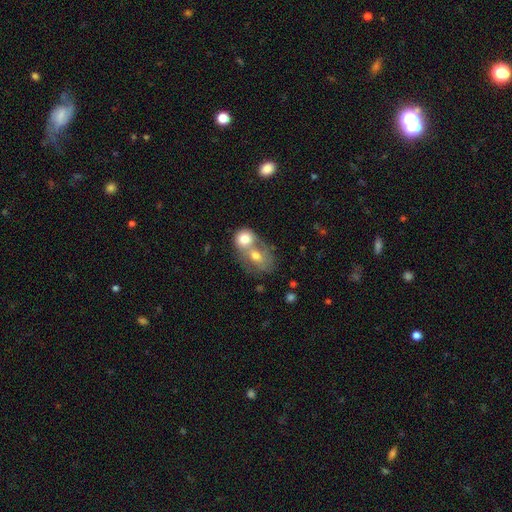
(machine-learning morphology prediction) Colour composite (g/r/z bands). It shows a smooth galaxy with no disk features (64%) that is in between round and cigar-shaped (50%). Merging: merger (72%).